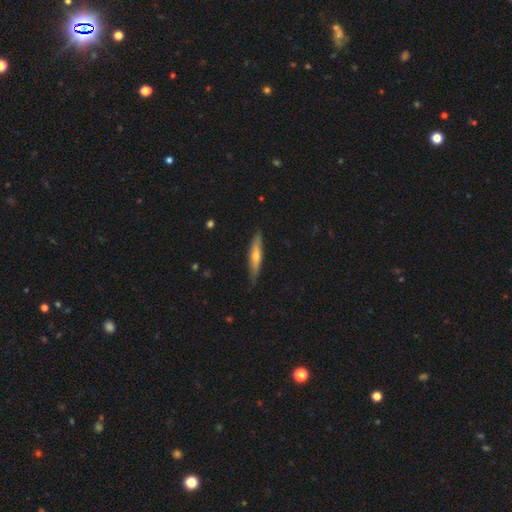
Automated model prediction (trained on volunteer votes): smooth-or-featured: featured or disk: 55% | smooth: 39% | star or artifact: 6%
  disk-edge-on: yes: 89% | no: 11%
  merging: none: 85% | minor disturbance: 12% | major disturbance: 2% | merger: 1%